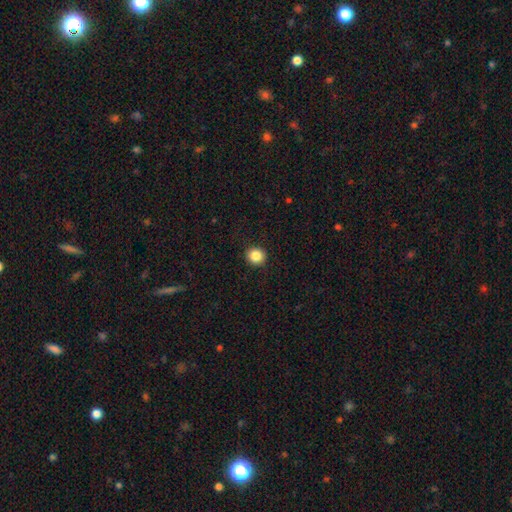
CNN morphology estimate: Smooth or featured? smooth (86%)
How rounded? round (90%)
Merging? none (92%)